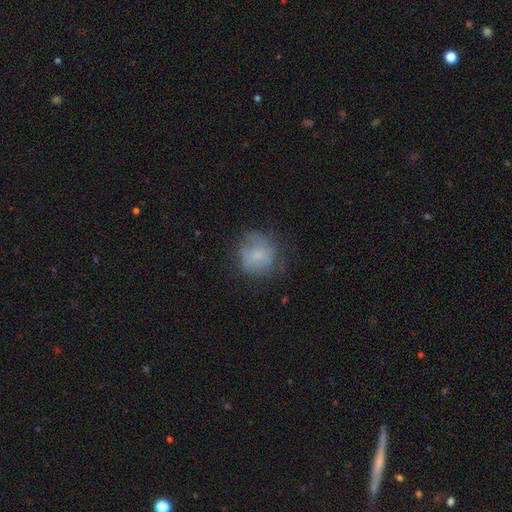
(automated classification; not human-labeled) The model was most divided on "smooth or featured": smooth: 60%, featured or disk: 29%, star or artifact: 11%. More confident: how rounded — round (83%); merging — none (63%).